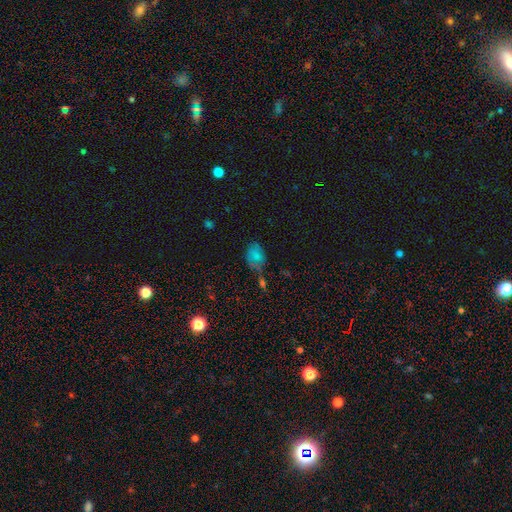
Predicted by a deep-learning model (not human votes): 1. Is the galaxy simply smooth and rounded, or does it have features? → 65% smooth, 18% featured or disk, 17% star or artifact.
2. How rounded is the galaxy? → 76% in between, 22% round, 2% cigar-shaped.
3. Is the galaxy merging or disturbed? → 41% none, 25% minor disturbance, 20% merger, 15% major disturbance.